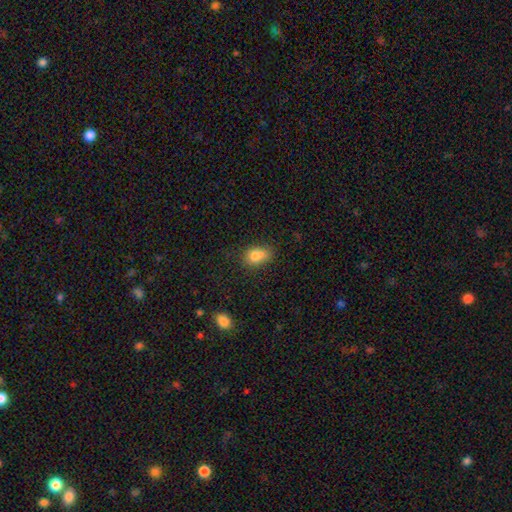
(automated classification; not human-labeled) Smooth or featured: smooth — 80% (star or artifact — 11%)
How rounded: in between — 74% (round — 24%)
Merging: none — 53% (minor disturbance — 25%)